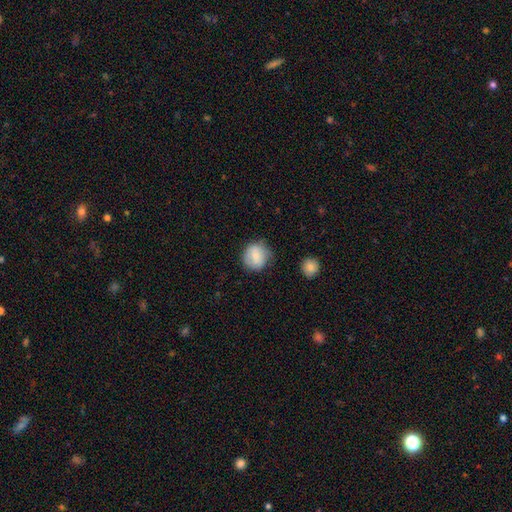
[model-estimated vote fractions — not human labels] This appears to be a smooth galaxy with no disk features (77%) that is round (85%). Merging: none (67%).